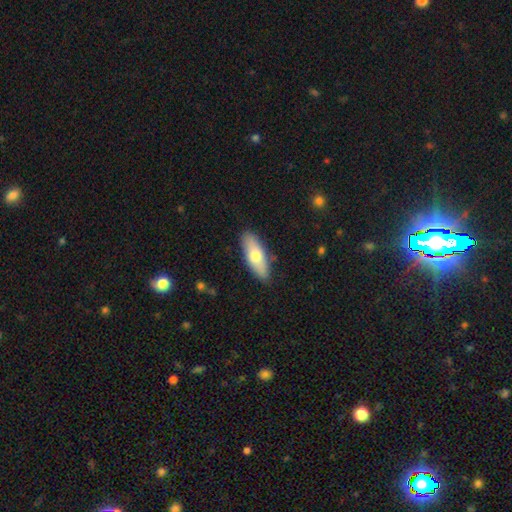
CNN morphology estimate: The model was most divided on "how rounded": in between: 65%, cigar-shaped: 32%, round: 2%. More confident: merging — none (85%); smooth or featured — smooth (68%).